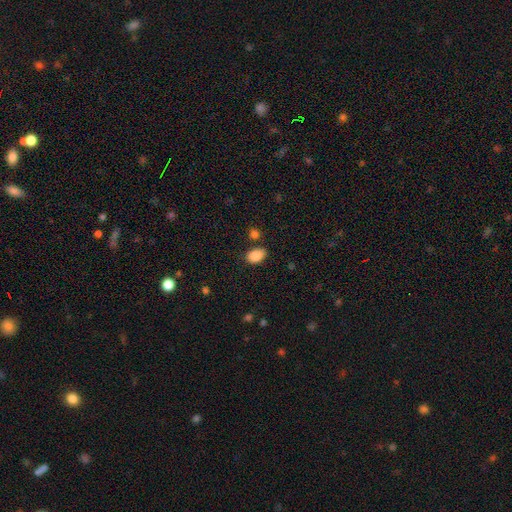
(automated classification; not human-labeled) The model was most divided on "merging": none: 77%, minor disturbance: 14%, merger: 6%, major disturbance: 4%. More confident: smooth or featured — smooth (88%); how rounded — in between (85%).